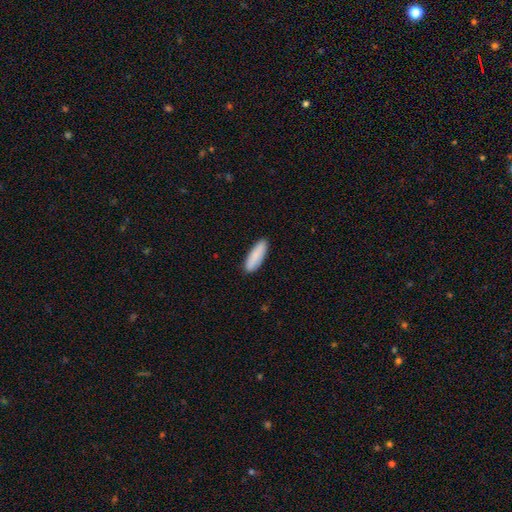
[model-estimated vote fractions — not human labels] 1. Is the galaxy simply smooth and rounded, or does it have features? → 88% smooth, 7% featured or disk, 6% star or artifact.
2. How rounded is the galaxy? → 56% cigar-shaped, 43% in between, 1% round.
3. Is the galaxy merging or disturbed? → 89% none, 8% minor disturbance, 2% major disturbance, 1% merger.